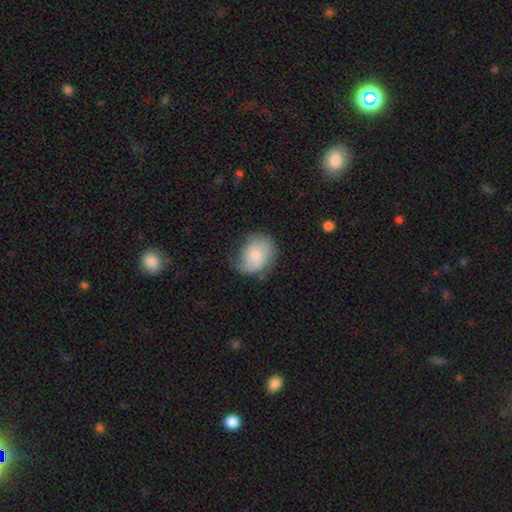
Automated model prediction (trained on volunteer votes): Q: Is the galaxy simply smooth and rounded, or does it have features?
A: smooth — 53%.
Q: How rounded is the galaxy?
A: round — 53%.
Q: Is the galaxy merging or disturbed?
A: none — 52%.